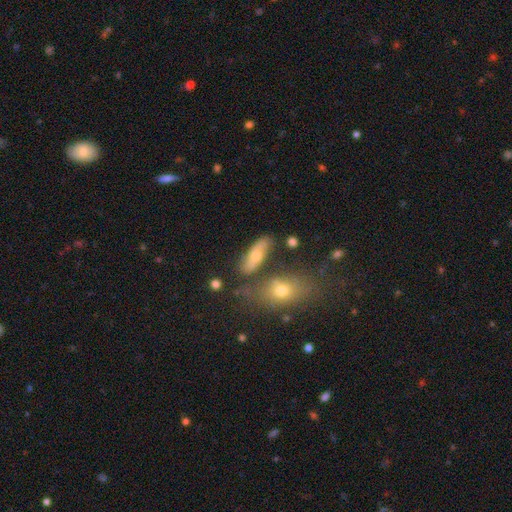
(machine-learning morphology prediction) Overall: smooth (58%; featured or disk 33%). How rounded: in between (61%; cigar-shaped 33%). Merging: none (63%).